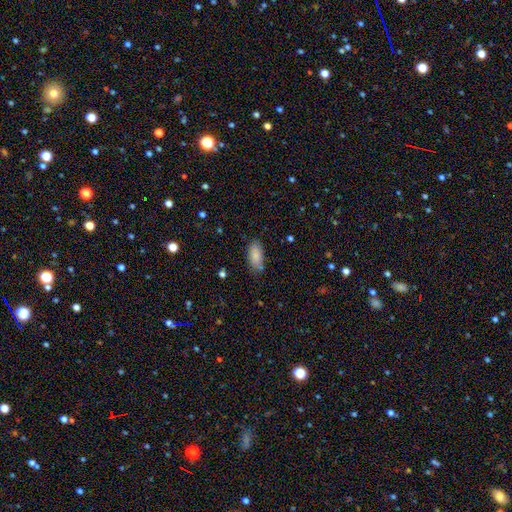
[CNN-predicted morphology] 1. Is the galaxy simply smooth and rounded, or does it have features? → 85% smooth, 8% featured or disk, 7% star or artifact.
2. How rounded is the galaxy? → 89% in between, 9% cigar-shaped, 2% round.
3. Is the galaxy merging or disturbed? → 75% none, 19% minor disturbance, 4% major disturbance, 3% merger.